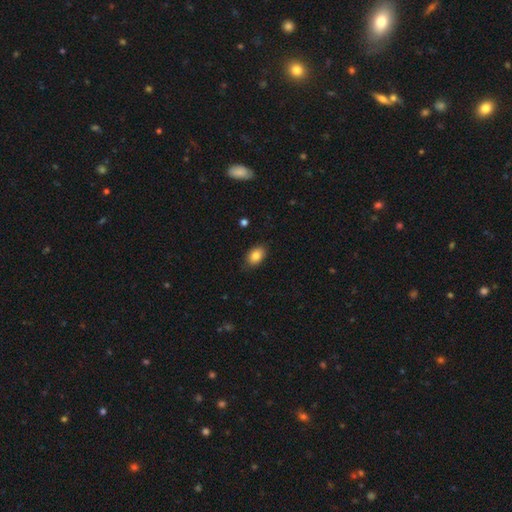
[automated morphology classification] Smooth or featured? smooth (84%)
How rounded? in between (86%)
Merging? none (85%)